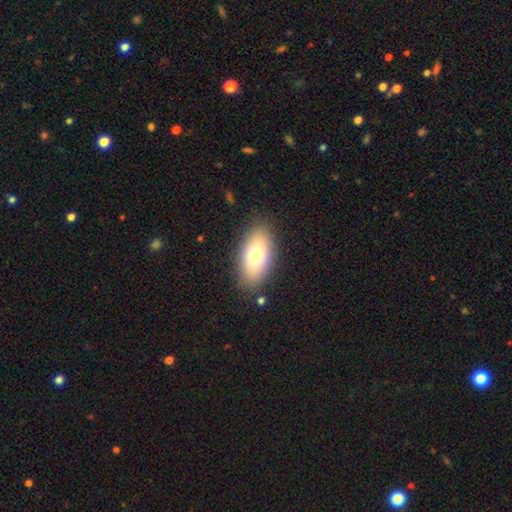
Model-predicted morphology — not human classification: type=smooth (73%); roundness=in between (91%); merging=none (84%).